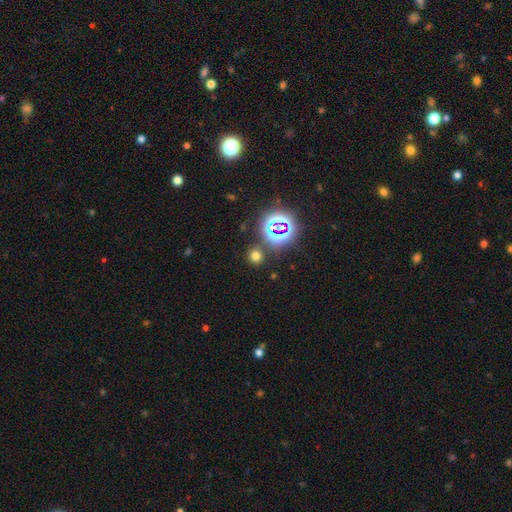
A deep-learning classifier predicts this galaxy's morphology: A smooth galaxy with no disk features (64%) that is round (86%).

Vote fractions:
- Smooth or featured? smooth: 64% / star or artifact: 29% / featured or disk: 6%
- How rounded? round: 86% / in between: 13% / cigar-shaped: 1%
- Merging? none: 83% / minor disturbance: 8% / merger: 6% / major disturbance: 3%